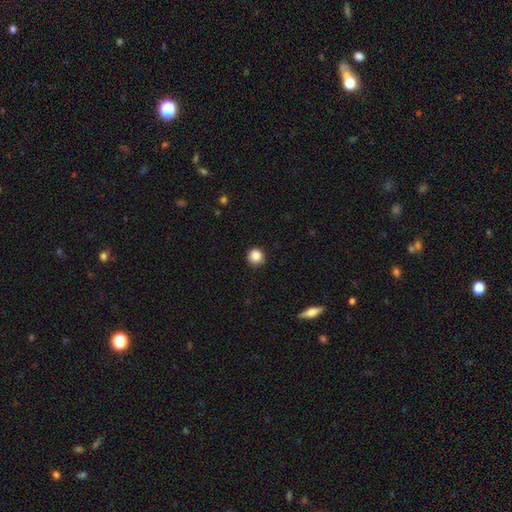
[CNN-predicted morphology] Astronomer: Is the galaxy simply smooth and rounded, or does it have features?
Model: smooth — 86%.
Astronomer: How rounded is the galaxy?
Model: round — 94%.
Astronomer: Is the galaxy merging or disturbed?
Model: none — 91%.